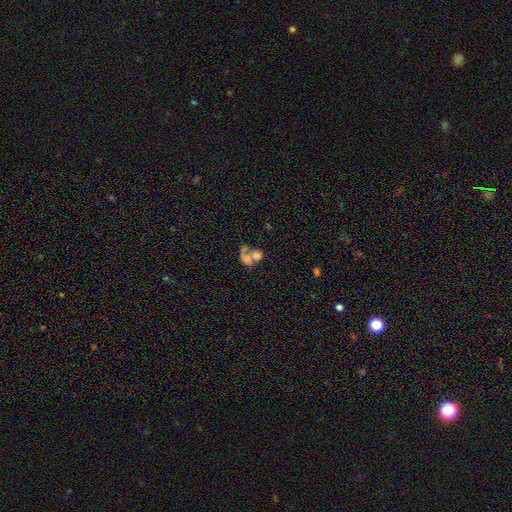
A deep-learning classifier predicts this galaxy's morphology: smooth_or_featured: smooth (p=0.55) [alt: featured or disk p=0.31]
how_rounded: in between (p=0.58) [alt: round p=0.40]
merging: merger (p=0.61) [alt: none p=0.16]